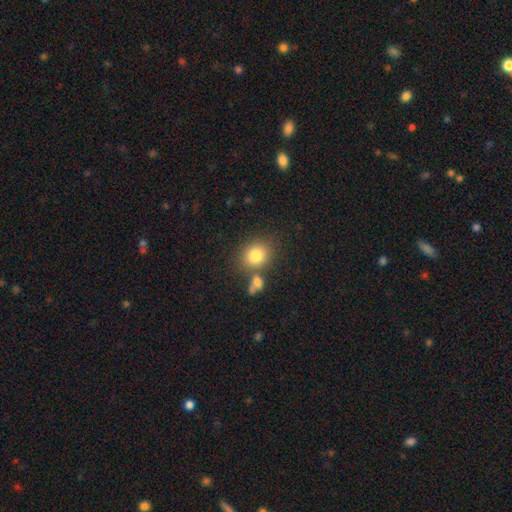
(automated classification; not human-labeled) Overall: smooth (80%). How rounded: round (69%; in between 30%). Merging: none (65%).